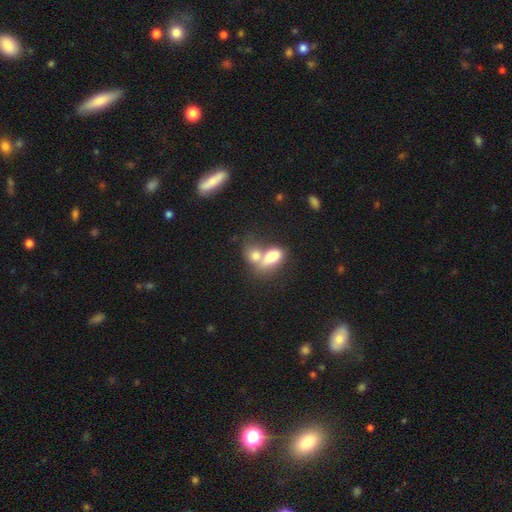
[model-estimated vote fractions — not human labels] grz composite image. It shows a smooth galaxy with no disk features (76%) that is in between round and cigar-shaped (77%). Merging: merger (69%).